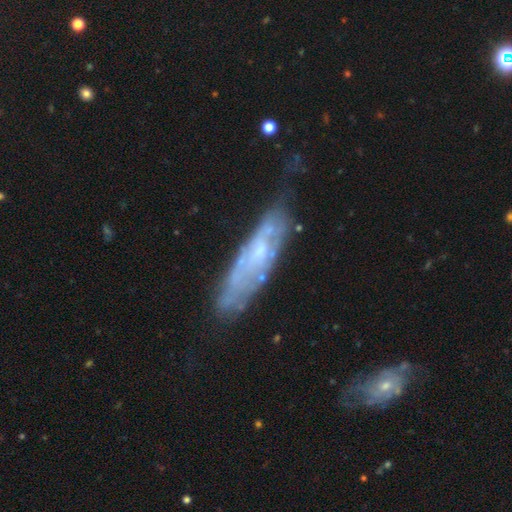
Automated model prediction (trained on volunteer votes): Smooth or featured? featured or disk (61%)
Edge-on disk? no (66%)
Merging? none (55%)